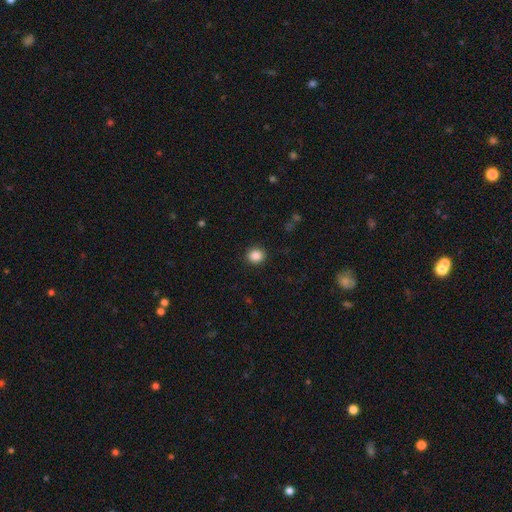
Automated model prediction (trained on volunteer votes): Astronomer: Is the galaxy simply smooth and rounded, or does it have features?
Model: smooth — 88%.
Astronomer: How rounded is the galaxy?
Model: round — 83%.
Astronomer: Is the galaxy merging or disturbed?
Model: none — 91%.